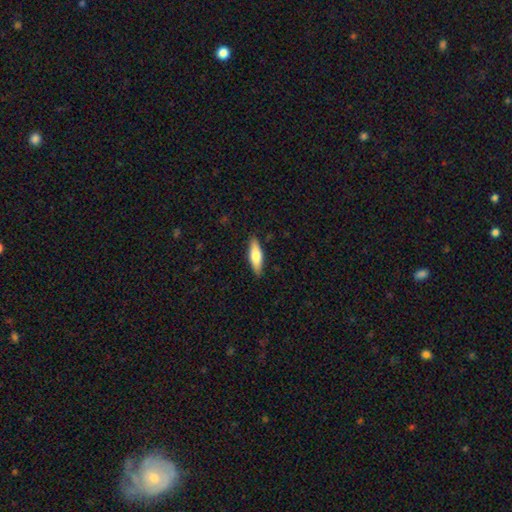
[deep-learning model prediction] Smooth or featured? smooth (70%)
How rounded? cigar-shaped (50%)
Merging? none (88%)